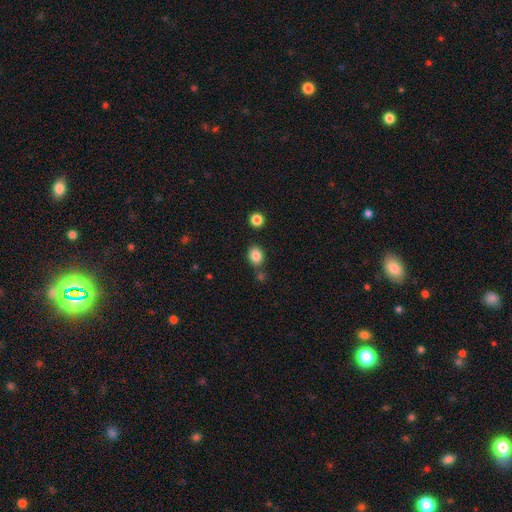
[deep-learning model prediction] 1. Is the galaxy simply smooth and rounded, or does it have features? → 85% smooth, 10% star or artifact, 5% featured or disk.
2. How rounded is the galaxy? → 57% in between, 42% round, 1% cigar-shaped.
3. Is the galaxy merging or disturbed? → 72% none, 13% minor disturbance, 11% merger, 4% major disturbance.